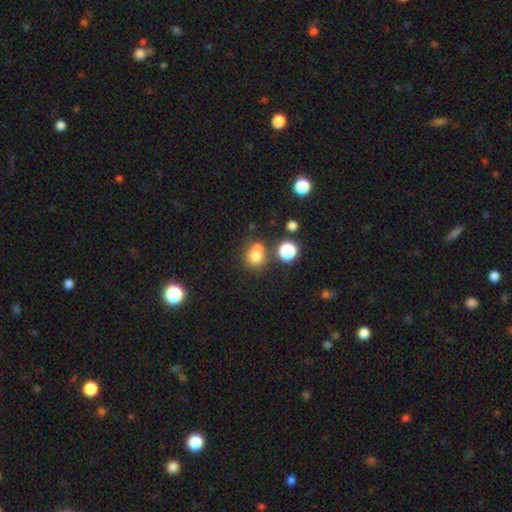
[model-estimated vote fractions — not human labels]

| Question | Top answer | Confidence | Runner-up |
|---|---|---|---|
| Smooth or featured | smooth | 72% | star or artifact (16%) |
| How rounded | round | 82% | in between (17%) |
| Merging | none | 49% | merger (39%) |